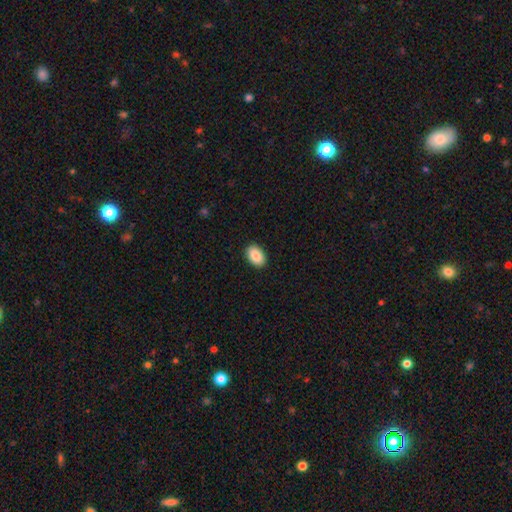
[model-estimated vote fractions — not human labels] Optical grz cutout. It shows a smooth galaxy with no disk features (88%) that is in between round and cigar-shaped (90%). Merging: none (91%).